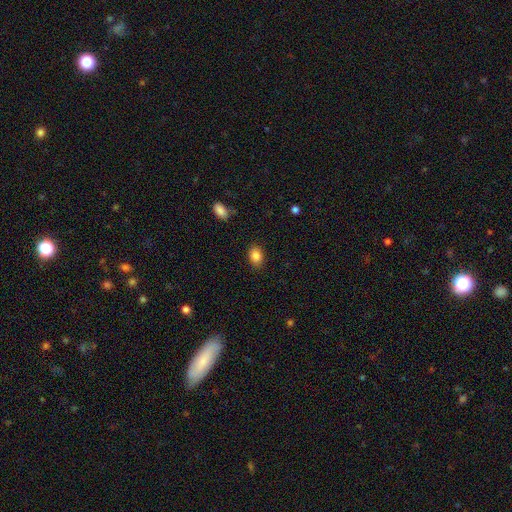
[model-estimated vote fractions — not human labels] A smooth galaxy with no disk features (86%) that is in between round and cigar-shaped (72%).

Vote fractions:
- Smooth or featured? smooth: 86% / star or artifact: 9% / featured or disk: 5%
- How rounded? in between: 72% / round: 27% / cigar-shaped: 1%
- Merging? none: 87% / minor disturbance: 10% / major disturbance: 3% / merger: 1%